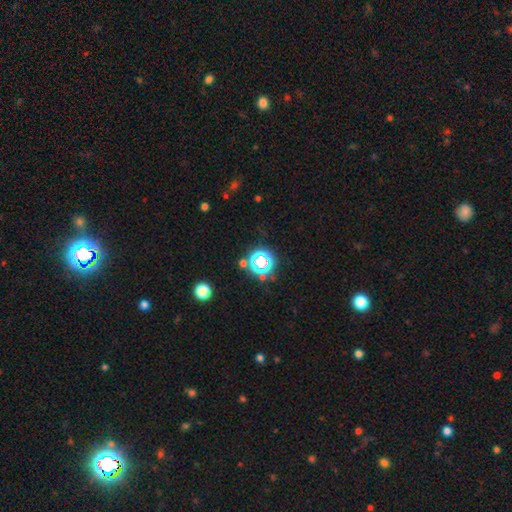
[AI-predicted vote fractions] Morphology: type=star or artifact (62%).